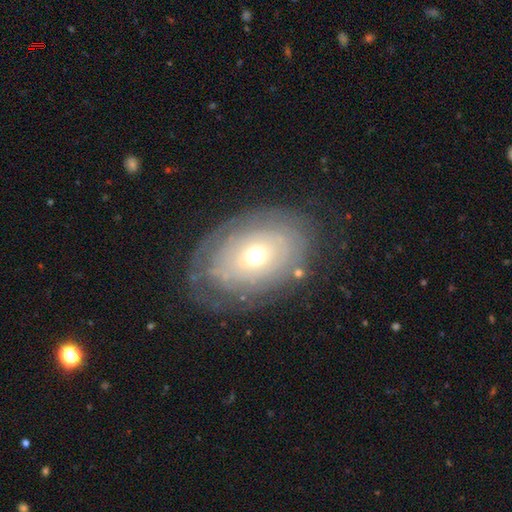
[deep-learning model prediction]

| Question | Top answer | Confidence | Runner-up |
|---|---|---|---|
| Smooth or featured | featured or disk | 63% | smooth (29%) |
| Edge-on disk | no | 93% | yes (7%) |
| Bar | no | 85% | weak (11%) |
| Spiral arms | yes | 51% | no (49%) |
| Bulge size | moderate | 61% | small (31%) |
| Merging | none | 71% | minor disturbance (18%) |